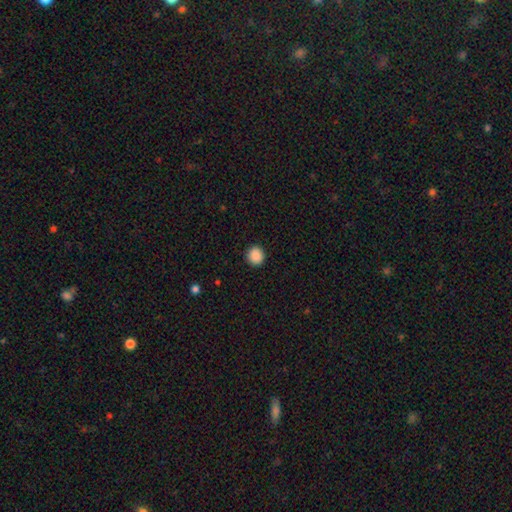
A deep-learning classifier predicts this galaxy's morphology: This is clearly a smooth galaxy (89%). How rounded: clearly round (90%). Merging: clearly none (92%).